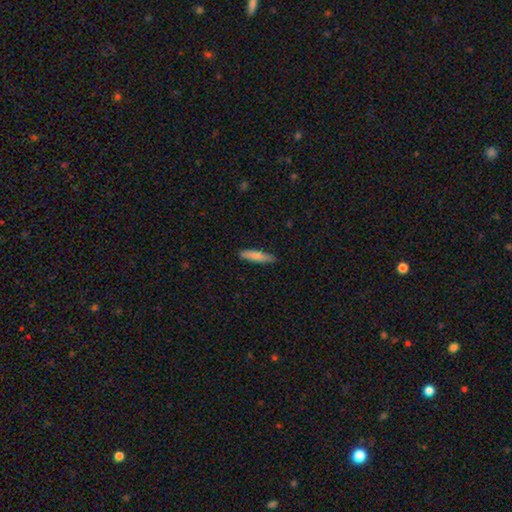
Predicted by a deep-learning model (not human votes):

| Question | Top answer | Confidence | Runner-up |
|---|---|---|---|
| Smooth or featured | smooth | 81% | featured or disk (14%) |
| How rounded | cigar-shaped | 79% | in between (19%) |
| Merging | none | 85% | minor disturbance (12%) |